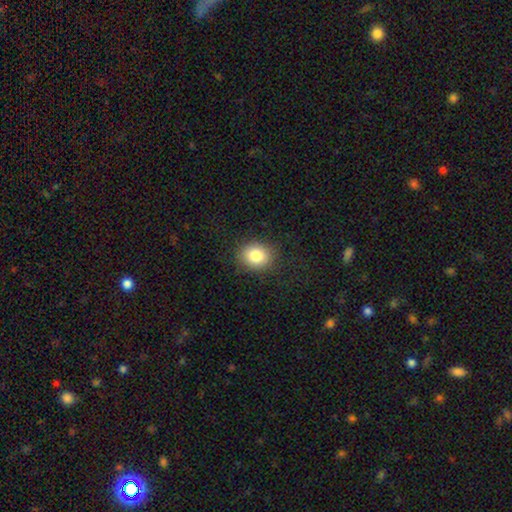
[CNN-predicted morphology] Smooth or featured? Predicted: smooth (p=0.83). How rounded? Predicted: round (p=0.63). Merging? Predicted: none (p=0.87).